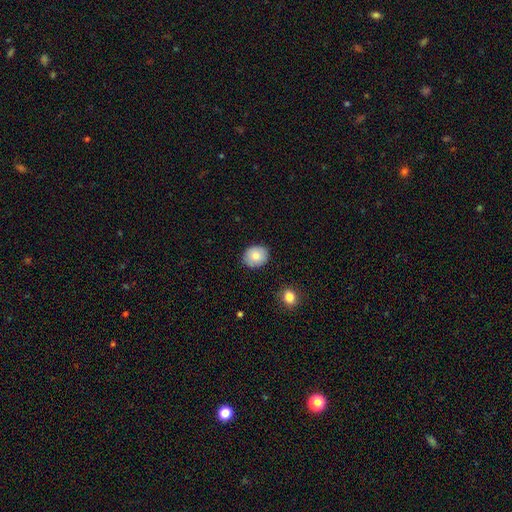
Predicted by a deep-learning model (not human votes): This is clearly a smooth galaxy (82%). How rounded: likely round (67%). Merging: clearly none (86%).